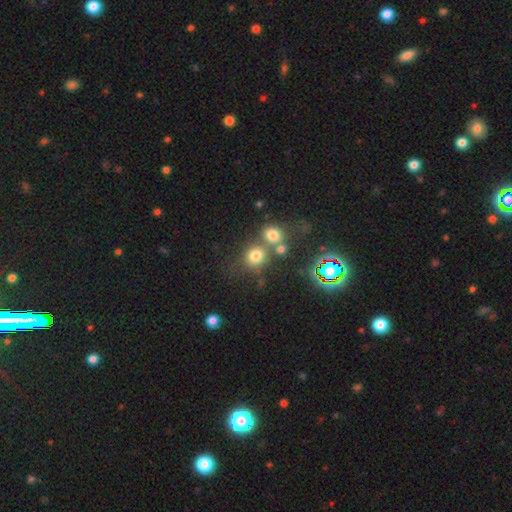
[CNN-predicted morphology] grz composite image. It shows a smooth galaxy with no disk features (73%) that is round (81%). Merging: none (55%).